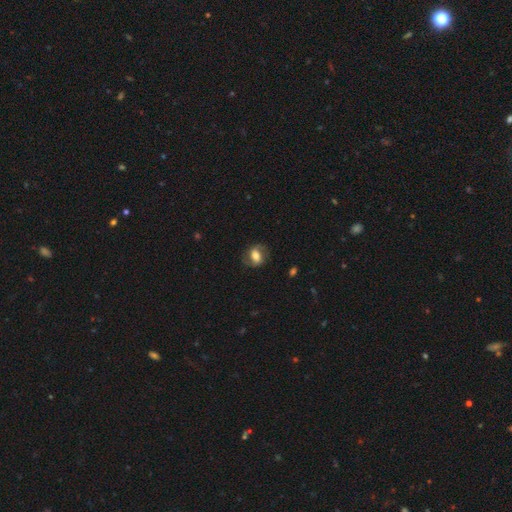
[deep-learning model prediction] This appears to be a featured or disk galaxy (47%). Merging: none (72%).